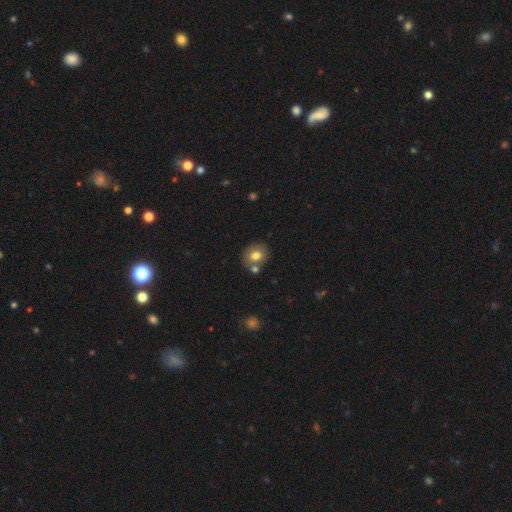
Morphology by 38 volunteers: smooth-or-featured: smooth: 68% | featured or disk: 26% | star or artifact: 5%
  how-rounded: round: 50% (tied) | in between: 50% (tied) | cigar-shaped: 0%
  merging: none: 67% | minor disturbance: 19% | merger: 11% | major disturbance: 3%